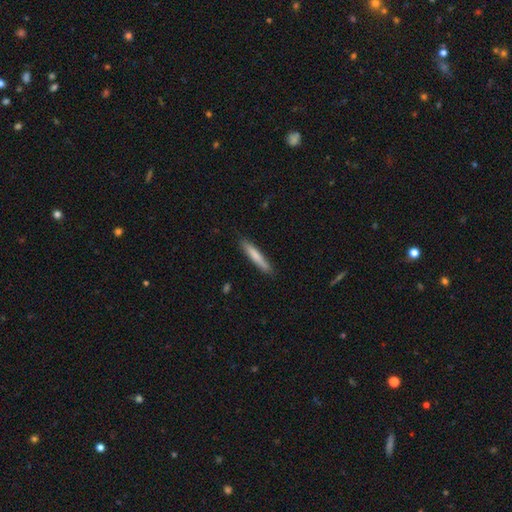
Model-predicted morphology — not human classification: Smooth or featured? Predicted: smooth (p=0.76). How rounded? Predicted: cigar-shaped (p=0.94). Merging? Predicted: none (p=0.88).